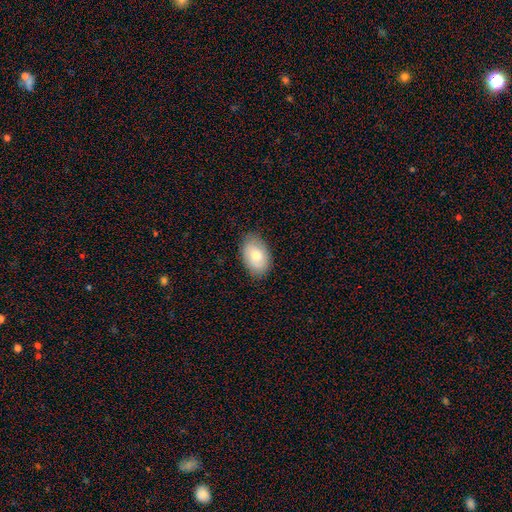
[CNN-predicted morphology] Overall: smooth (71%). How rounded: in between (87%). Merging: none (83%).